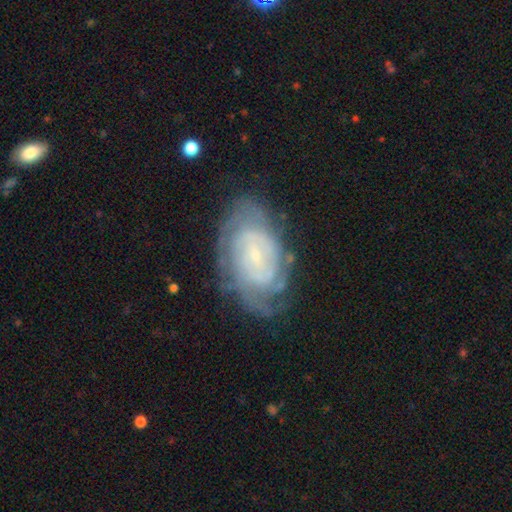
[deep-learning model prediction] The model was most divided on "bar": no: 50%, weak: 39%, strong: 11%. Remaining: edge-on disk — no (96%); spiral arms — yes (93%); smooth or featured — featured or disk (81%); bulge size — small (80%); spiral winding — tight (73%); merging — none (70%); spiral arm count — can't tell (45%).